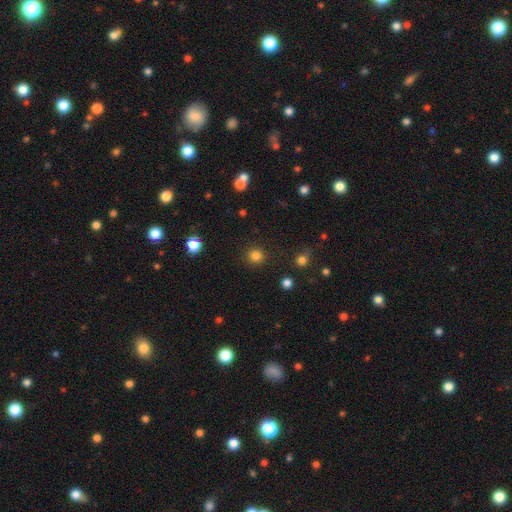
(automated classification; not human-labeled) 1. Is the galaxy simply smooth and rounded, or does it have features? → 83% smooth, 14% star or artifact, 4% featured or disk.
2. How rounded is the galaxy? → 94% round, 5% in between, 1% cigar-shaped.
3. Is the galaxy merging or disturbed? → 91% none, 5% minor disturbance, 2% major disturbance, 2% merger.